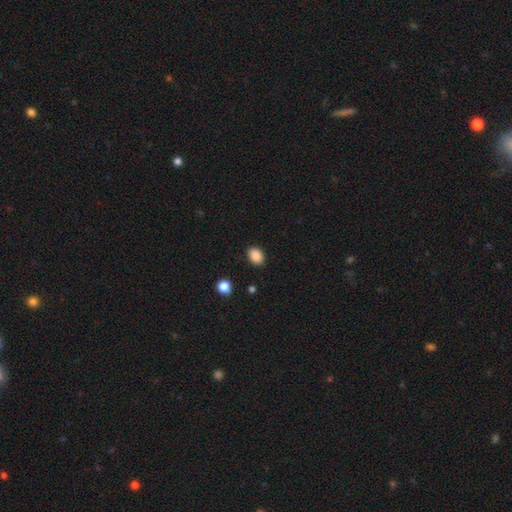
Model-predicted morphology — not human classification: Smooth or featured: smooth — 88% (star or artifact — 9%)
How rounded: in between — 69% (round — 30%)
Merging: none — 88% (minor disturbance — 8%)